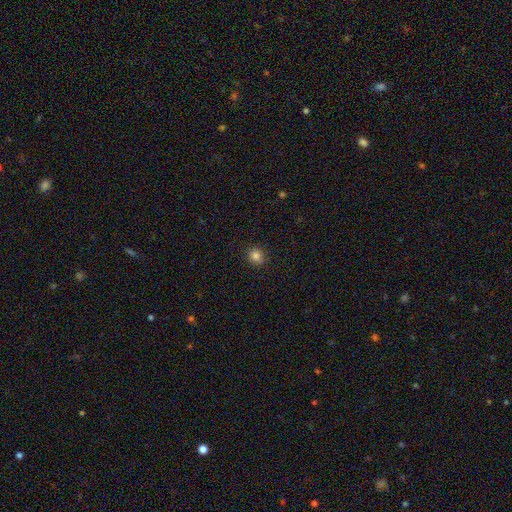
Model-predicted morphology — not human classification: smooth-or-featured: smooth: 83% | star or artifact: 12% | featured or disk: 5%
  how-rounded: round: 86% | in between: 13% | cigar-shaped: 1%
  merging: none: 90% | minor disturbance: 7% | major disturbance: 2% | merger: 1%